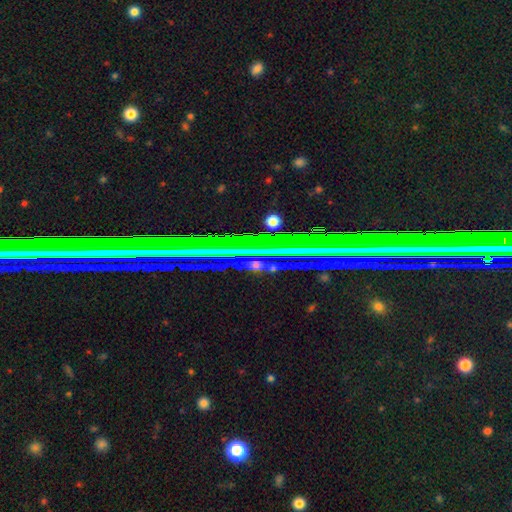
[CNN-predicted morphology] Smooth or featured? star or artifact (77%)